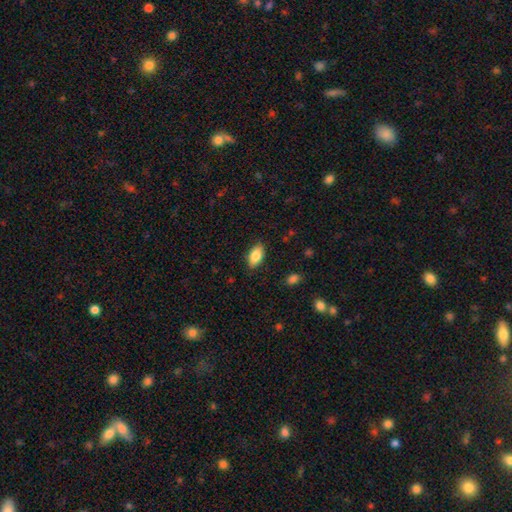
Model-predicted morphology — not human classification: Smooth or featured? smooth (85%)
How rounded? in between (92%)
Merging? none (86%)